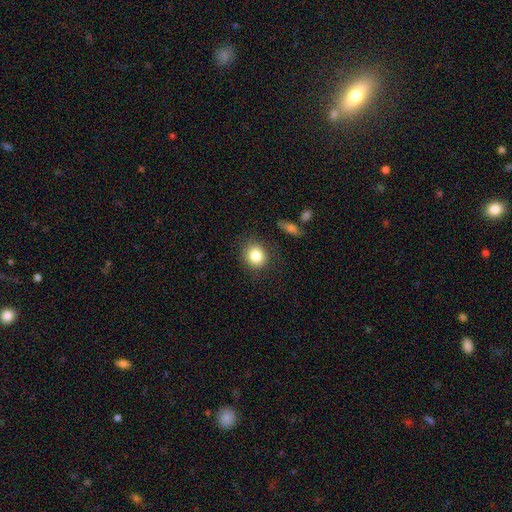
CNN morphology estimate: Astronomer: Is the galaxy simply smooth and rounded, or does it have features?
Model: smooth — 83%.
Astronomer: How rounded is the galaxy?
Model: round — 79%.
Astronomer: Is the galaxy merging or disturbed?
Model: none — 84%.